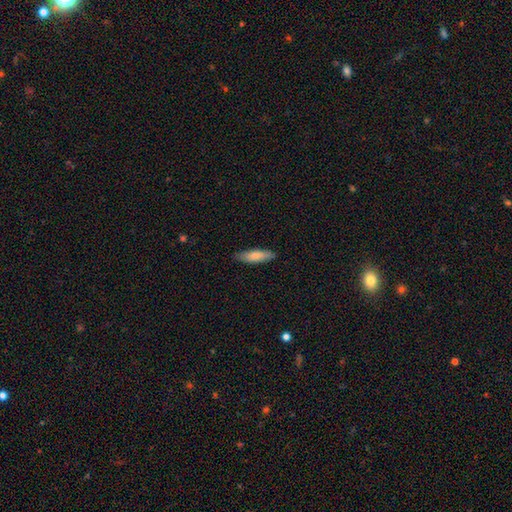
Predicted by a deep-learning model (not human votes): A smooth galaxy with no disk features (78%) that is cigar-shaped (59%). Merging: none (86%).